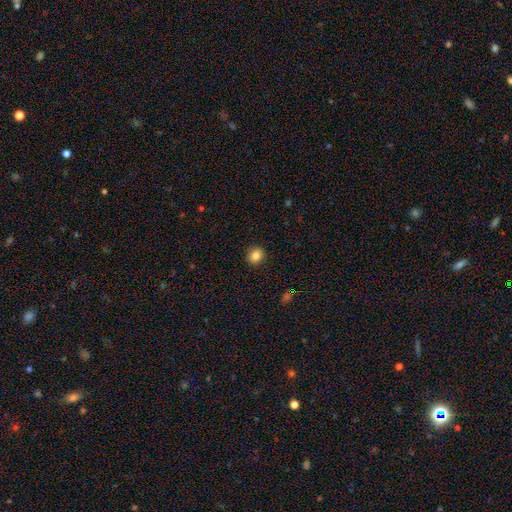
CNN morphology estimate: Q: Smooth or featured?
A: smooth (83%); runner-up: star or artifact (11%)
Q: How rounded?
A: round (82%); runner-up: in between (17%)
Q: Merging?
A: none (91%); runner-up: minor disturbance (6%)